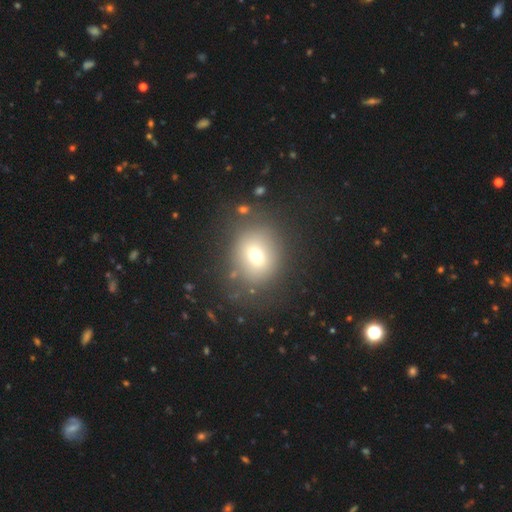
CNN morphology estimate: smooth 68%, featured or disk 16%, star or artifact 16%. Down the decision tree: how rounded — round (66%); merging — none (79%).